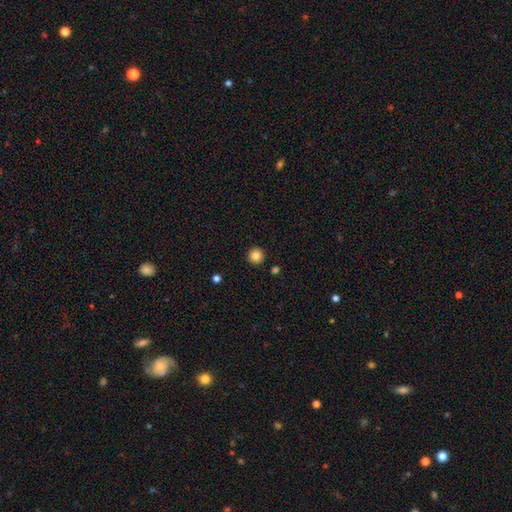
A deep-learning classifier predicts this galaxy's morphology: Smooth or featured? smooth (84%)
How rounded? round (96%)
Merging? none (93%)